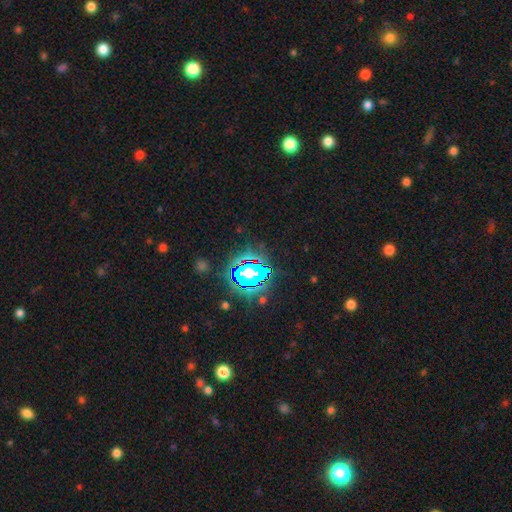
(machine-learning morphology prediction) smooth_or_featured: star or artifact (p=0.84) [alt: smooth p=0.09]